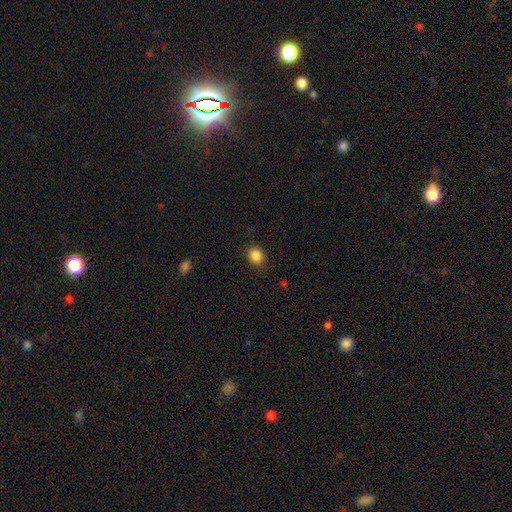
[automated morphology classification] This is clearly a smooth galaxy (86%). How rounded: likely round (66%). Merging: clearly none (84%).